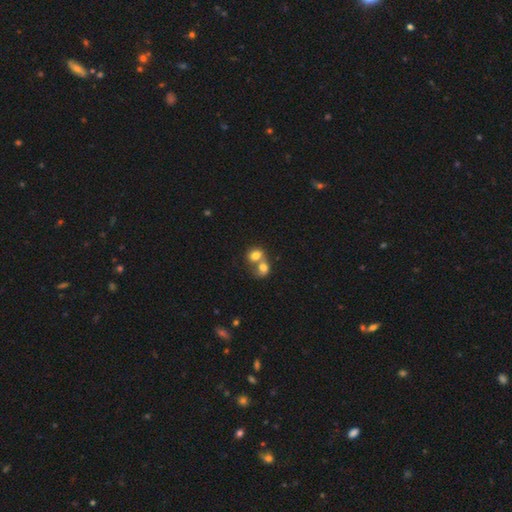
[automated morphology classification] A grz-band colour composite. It shows a smooth galaxy with no disk features (75%) that is round (57%). Merging: merger (74%).